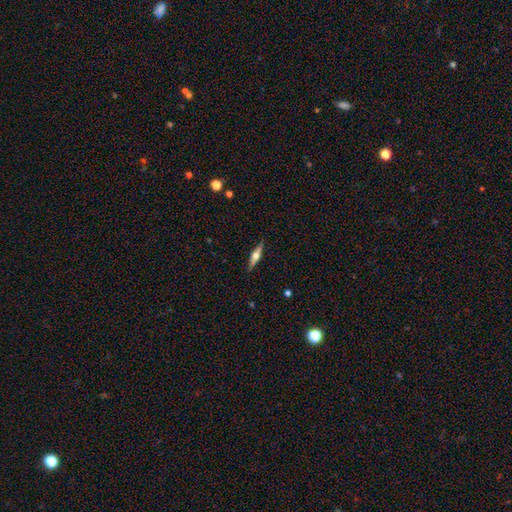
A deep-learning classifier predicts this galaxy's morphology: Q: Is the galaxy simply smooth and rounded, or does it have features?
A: featured or disk — 66%.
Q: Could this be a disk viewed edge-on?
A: yes — 97%.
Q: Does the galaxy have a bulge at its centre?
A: rounded — 93%.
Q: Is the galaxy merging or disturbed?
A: none — 90%.